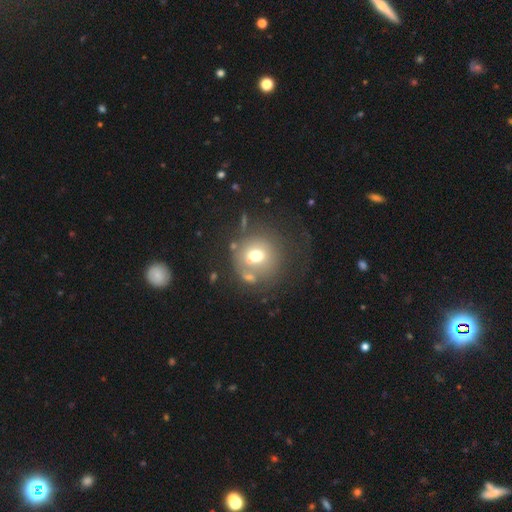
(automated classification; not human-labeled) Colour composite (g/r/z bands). It shows a smooth galaxy with no disk features (64%) that is round (87%). Merging: none (59%).